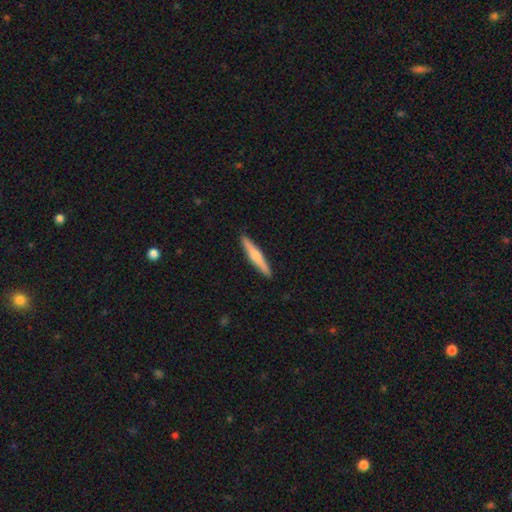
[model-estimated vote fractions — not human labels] Overall: smooth (49%; featured or disk 46%). Merging: none (92%).